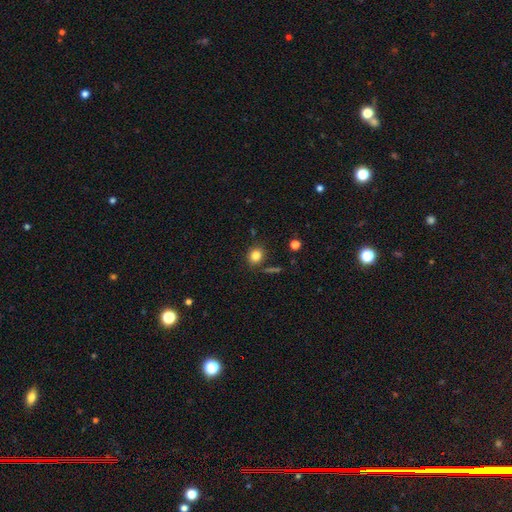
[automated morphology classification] Q: Smooth or featured?
A: smooth (83%); runner-up: star or artifact (11%)
Q: How rounded?
A: round (65%); runner-up: in between (34%)
Q: Merging?
A: none (81%); runner-up: minor disturbance (11%)